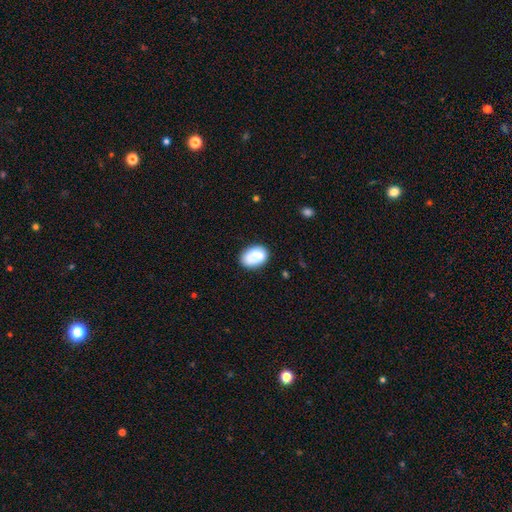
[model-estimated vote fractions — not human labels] This appears to be a smooth galaxy with no disk features (75%) that is in between round and cigar-shaped (80%). Merging: none (61%).